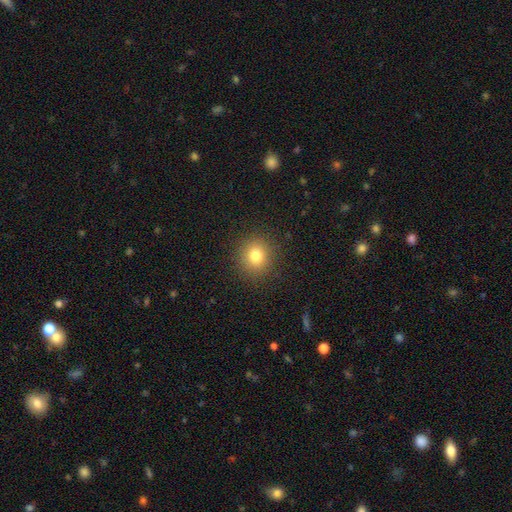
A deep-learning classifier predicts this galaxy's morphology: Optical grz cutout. It shows a smooth galaxy with no disk features (80%) that is round (85%). Merging: none (90%).